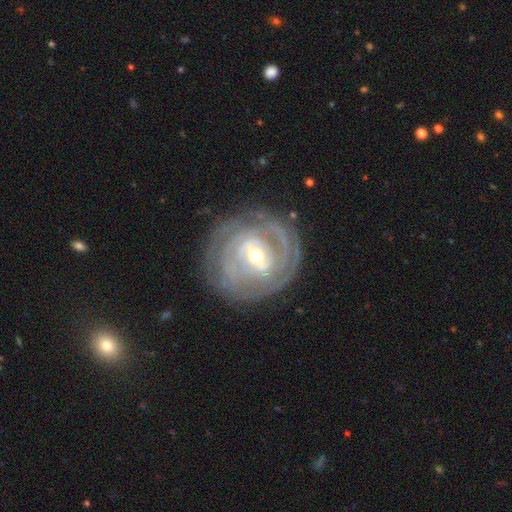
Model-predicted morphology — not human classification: Overall: featured or disk (86%). Edge-on disk: no (96%). Bar: weak (44%; strong 37%). Spiral arms: yes (92%). Spiral arm count: can't tell (36%; 2 22%). Spiral winding: tight (79%). Bulge size: moderate (63%; small 31%). Merging: none (79%).